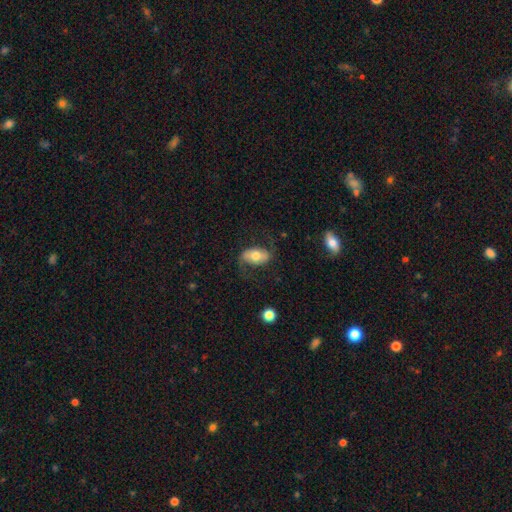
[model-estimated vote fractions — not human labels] Smooth or featured?
  - featured or disk: 55% *
  - smooth: 38%
  - star or artifact: 7%
Edge-on disk?
  - no: 93% *
  - yes: 7%
Bar?
  - no: 40% *
  - weak: 31%
  - strong: 28%
Spiral arms?
  - yes: 82% *
  - no: 18%
Bulge size?
  - moderate: 63% *
  - large: 18%
  - small: 14%
  - dominant: 3%
  - none: 2%
Merging?
  - none: 67% *
  - minor disturbance: 18%
  - major disturbance: 14%
  - merger: 2%